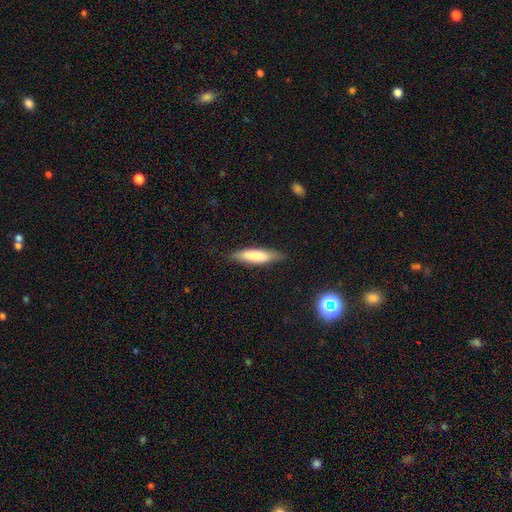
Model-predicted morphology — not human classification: type=smooth (75%); roundness=cigar-shaped (69%); merging=none (80%).